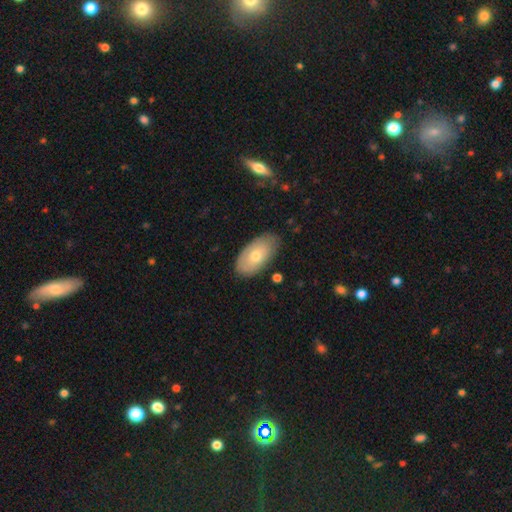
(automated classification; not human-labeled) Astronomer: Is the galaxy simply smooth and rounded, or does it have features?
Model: smooth — 65%.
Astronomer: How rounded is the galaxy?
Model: in between — 94%.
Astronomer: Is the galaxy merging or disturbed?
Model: none — 79%.